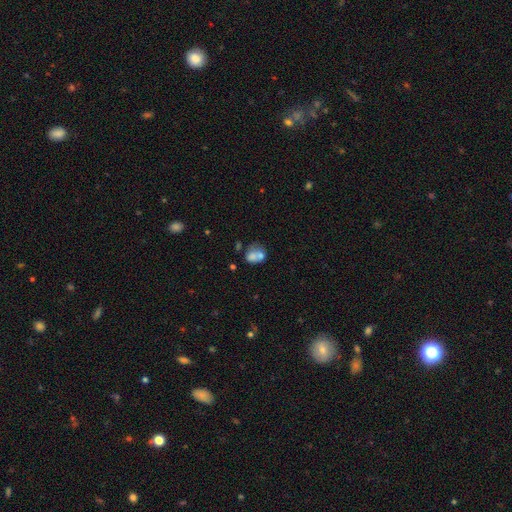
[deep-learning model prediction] Q: Smooth or featured?
A: smooth (65%); runner-up: featured or disk (24%)
Q: How rounded?
A: in between (50%); runner-up: round (49%)
Q: Merging?
A: merger (54%); runner-up: none (26%)